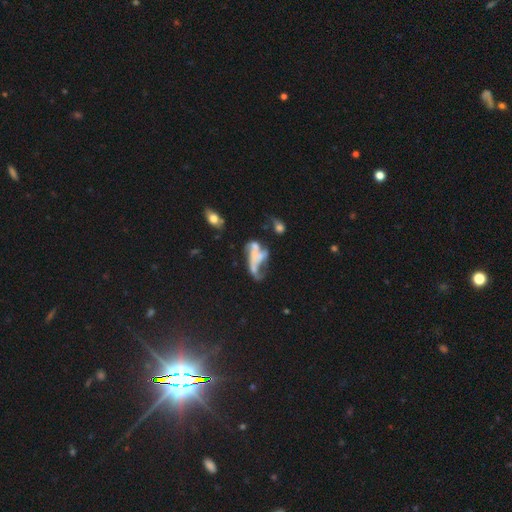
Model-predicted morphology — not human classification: Overall: featured or disk (55%; smooth 31%). Edge-on disk: no (93%). Bar: no (83%). Spiral arms: no (74%). Bulge size: none (62%). Merging: merger (37%; major disturbance 35%).